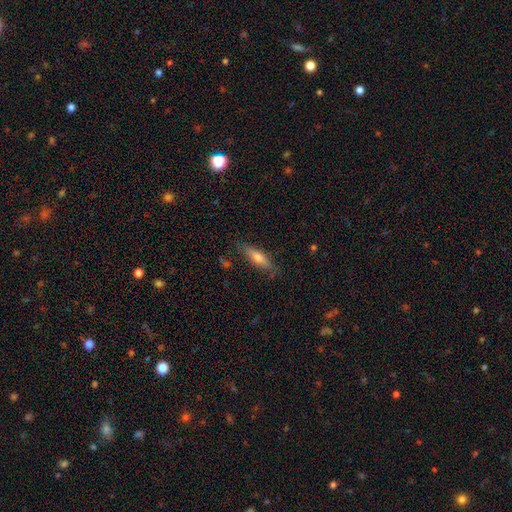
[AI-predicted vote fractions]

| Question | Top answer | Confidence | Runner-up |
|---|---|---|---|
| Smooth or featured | smooth | 55% | featured or disk (37%) |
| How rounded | cigar-shaped | 68% | in between (30%) |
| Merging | none | 81% | minor disturbance (14%) |